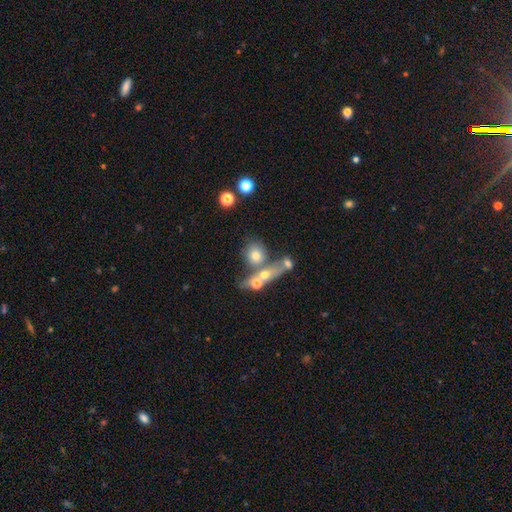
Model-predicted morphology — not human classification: This appears to be a smooth galaxy with no disk features (67%) that is round (70%). Merging: merger (46%).